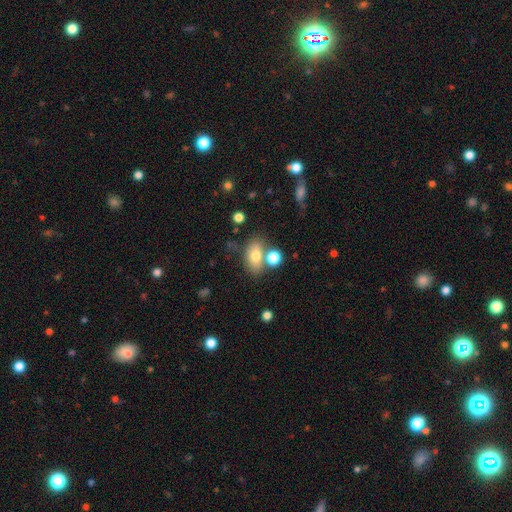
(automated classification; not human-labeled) A smooth galaxy with no disk features (73%) that is in between round and cigar-shaped (82%).

Vote fractions:
- Smooth or featured? smooth: 73% / featured or disk: 16% / star or artifact: 10%
- How rounded? in between: 82% / round: 15% / cigar-shaped: 3%
- Merging? none: 61% / merger: 19% / minor disturbance: 14% / major disturbance: 5%